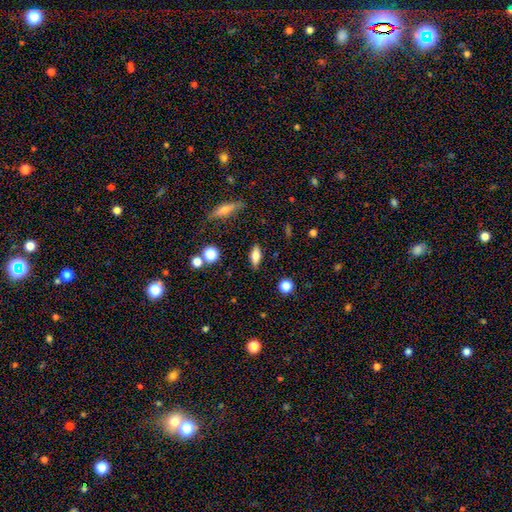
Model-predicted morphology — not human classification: smooth 66%, featured or disk 25%, star or artifact 9%. Down the decision tree: how rounded — in between (66%); merging — none (84%).